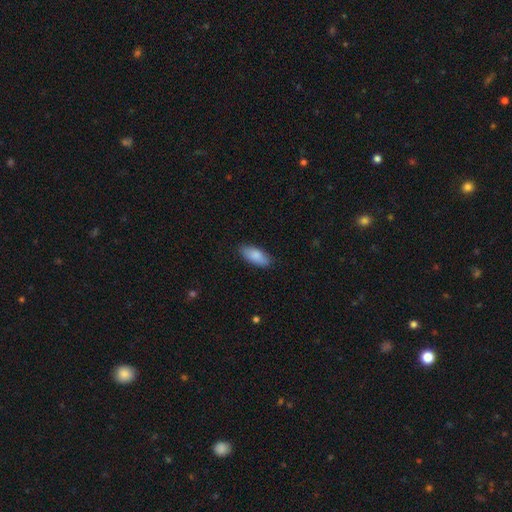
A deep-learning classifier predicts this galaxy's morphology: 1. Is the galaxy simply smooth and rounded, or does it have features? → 85% smooth, 9% featured or disk, 6% star or artifact.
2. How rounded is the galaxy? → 84% in between, 14% cigar-shaped, 2% round.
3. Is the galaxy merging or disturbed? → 85% none, 12% minor disturbance, 2% major disturbance, 1% merger.